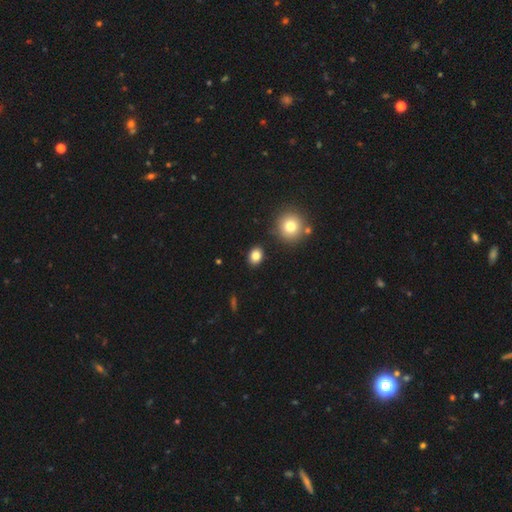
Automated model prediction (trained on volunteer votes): Q: Smooth or featured?
A: smooth (83%); runner-up: star or artifact (10%)
Q: How rounded?
A: in between (59%); runner-up: round (40%)
Q: Merging?
A: none (87%); runner-up: minor disturbance (8%)